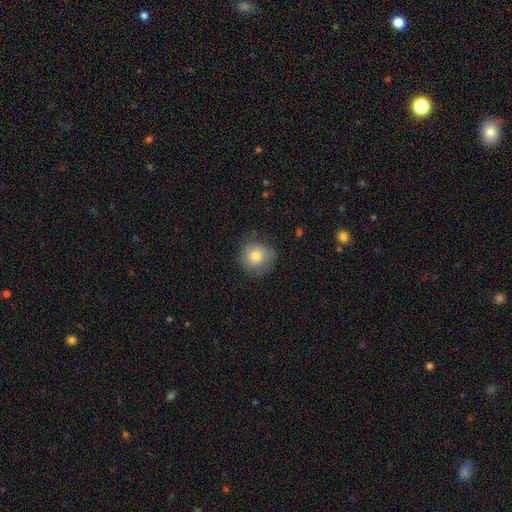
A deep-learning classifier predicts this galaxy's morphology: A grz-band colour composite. It shows a smooth galaxy with no disk features (79%) that is round (88%). Merging: none (74%).